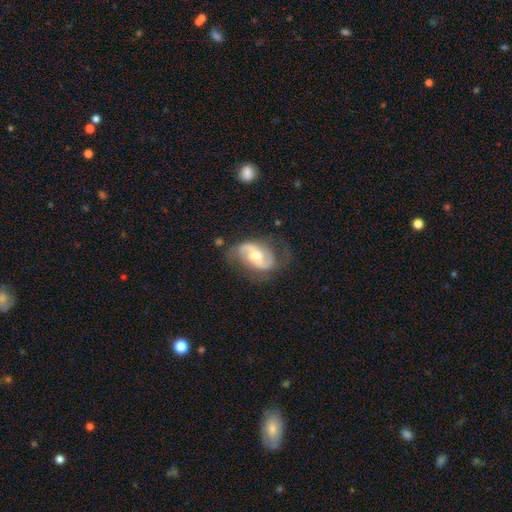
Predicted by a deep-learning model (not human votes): This appears to be a featured or disk galaxy (81%) with no bar (42%), 2 (87%) medium (43%) spiral arms (92%) and a moderate central bulge (68%). Merging: none (63%).